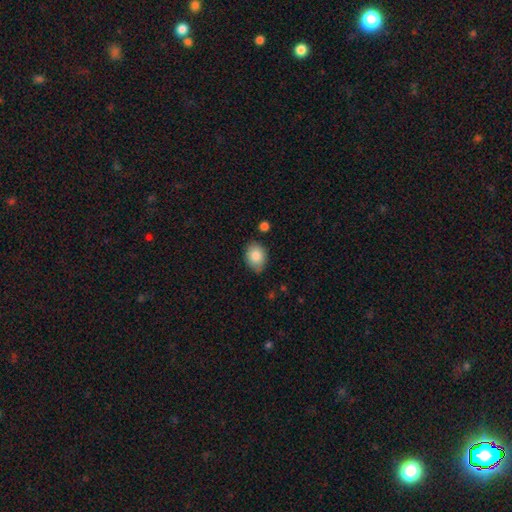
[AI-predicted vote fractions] Overall: smooth (85%). How rounded: in between (68%; round 31%). Merging: none (76%).